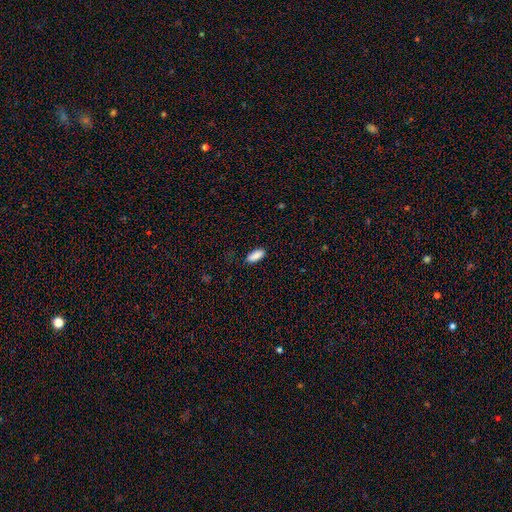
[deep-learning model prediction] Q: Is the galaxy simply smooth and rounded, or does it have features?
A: smooth — 89%.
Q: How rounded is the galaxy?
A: in between — 77%.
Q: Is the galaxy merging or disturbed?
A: none — 84%.